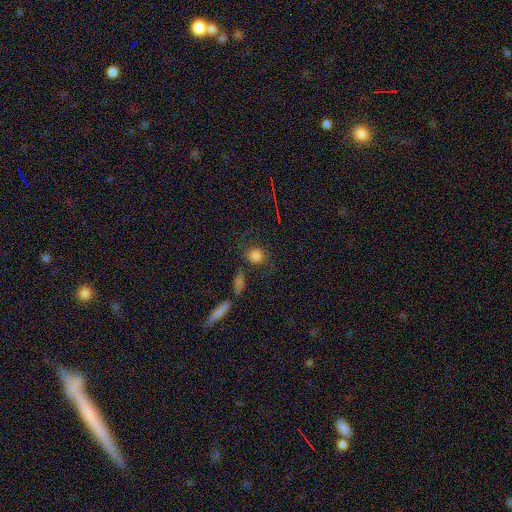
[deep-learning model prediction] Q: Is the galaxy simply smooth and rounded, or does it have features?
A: smooth — 75%.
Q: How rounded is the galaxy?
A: round — 84%.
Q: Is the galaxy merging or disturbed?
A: none — 75%.